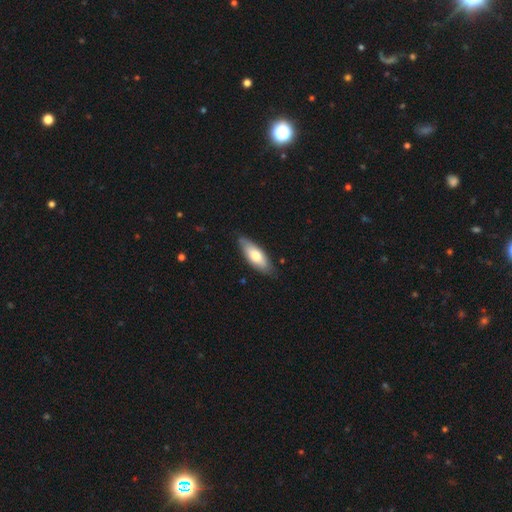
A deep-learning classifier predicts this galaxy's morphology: smooth-or-featured: smooth: 68% | featured or disk: 26% | star or artifact: 5%
  how-rounded: in between: 70% | cigar-shaped: 28% | round: 2%
  merging: none: 80% | minor disturbance: 16% | major disturbance: 2% | merger: 1%